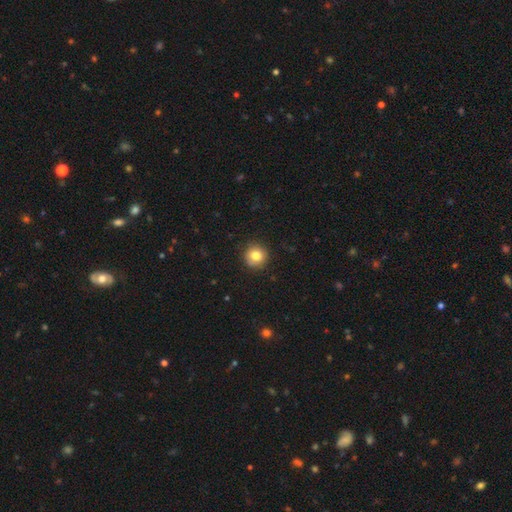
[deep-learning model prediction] smooth 81%, star or artifact 10%, featured or disk 9%. Down the decision tree: how rounded — round (92%); merging — none (88%).